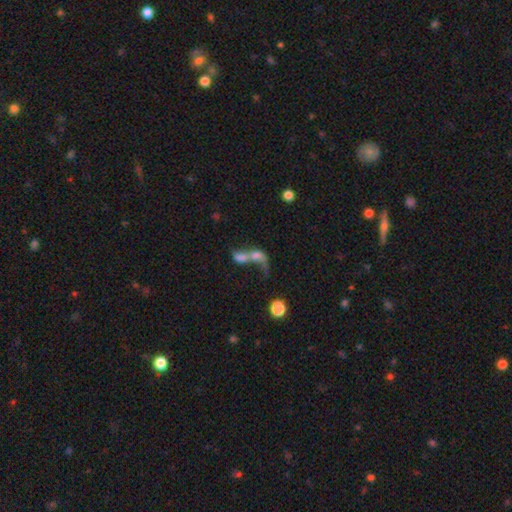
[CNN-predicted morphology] The model was most divided on "smooth or featured": smooth: 50%, featured or disk: 38%, star or artifact: 13%. More confident: merging — merger (73%).